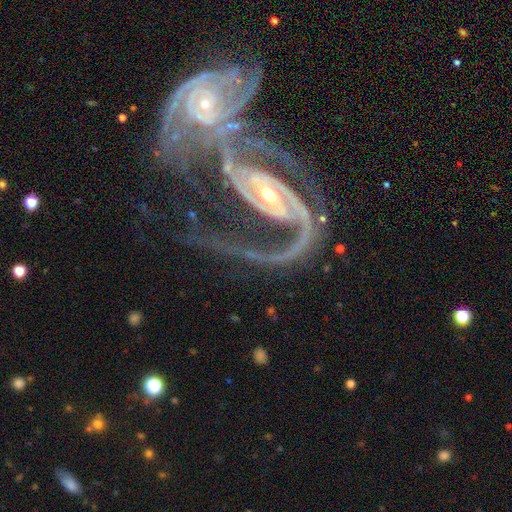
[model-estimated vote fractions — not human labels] Smooth or featured?
  - featured or disk: 91% *
  - star or artifact: 5%
  - smooth: 4%
Edge-on disk?
  - no: 97% *
  - yes: 3%
Bar?
  - strong: 37% *
  - weak: 32%
  - no: 31%
Spiral arms?
  - yes: 97% *
  - no: 3%
Spiral winding?
  - medium: 48% *
  - loose: 26%
  - tight: 26%
Spiral arm count?
  - 2: 74% *
  - 1: 7%
  - 3: 6%
  - can't tell: 6%
  - 4: 3%
  - more than 4: 3%
Bulge size?
  - small: 47% * (tied)
  - moderate: 47% * (tied)
  - large: 3%
  - none: 1%
  - dominant: 1%
Merging?
  - merger: 33% *
  - none: 29%
  - major disturbance: 24%
  - minor disturbance: 13%